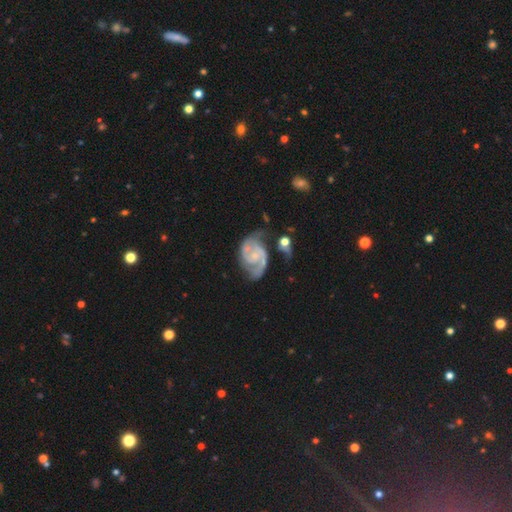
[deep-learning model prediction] Smooth or featured? featured or disk (91%)
Edge-on disk? no (98%)
Bar? no (54%)
Spiral arms? yes (98%)
Spiral winding? medium (51%)
Spiral arm count? 2 (87%)
Bulge size? small (63%)
Merging? none (55%)